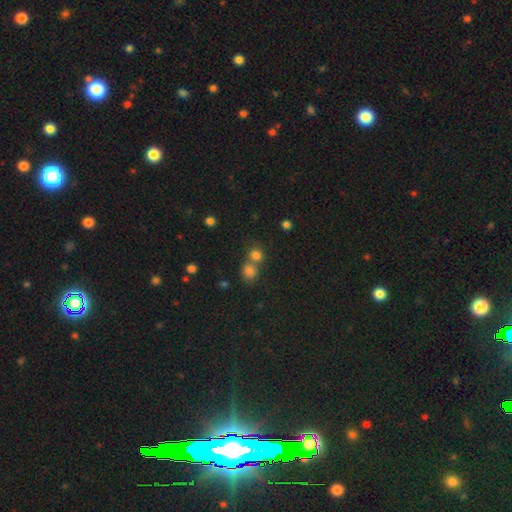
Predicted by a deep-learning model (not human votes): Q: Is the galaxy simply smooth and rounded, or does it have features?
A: smooth — 77%.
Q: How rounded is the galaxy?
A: round — 84%.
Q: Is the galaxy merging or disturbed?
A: none — 47%.